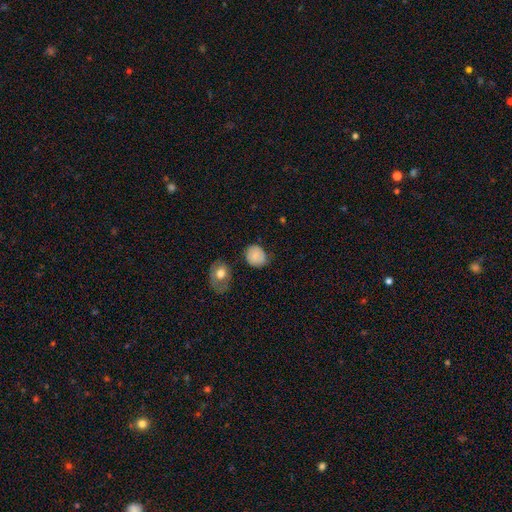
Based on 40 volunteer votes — A smooth galaxy with no disk features (82%) that is round (88%). Merging: none (85%).